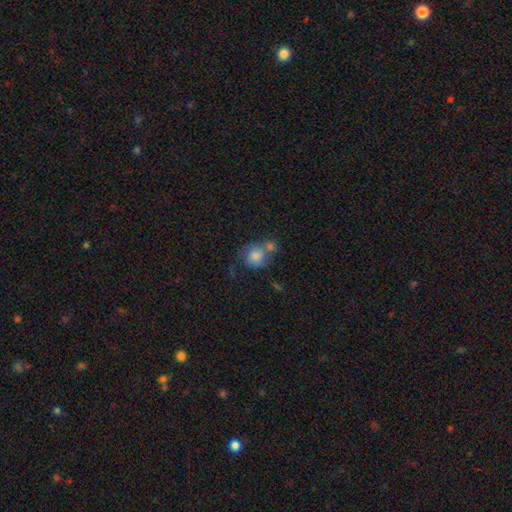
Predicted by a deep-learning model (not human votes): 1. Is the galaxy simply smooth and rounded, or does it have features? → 75% smooth, 16% featured or disk, 9% star or artifact.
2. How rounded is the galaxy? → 74% round, 25% in between, 1% cigar-shaped.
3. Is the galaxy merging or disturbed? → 44% merger, 28% none, 15% minor disturbance, 13% major disturbance.